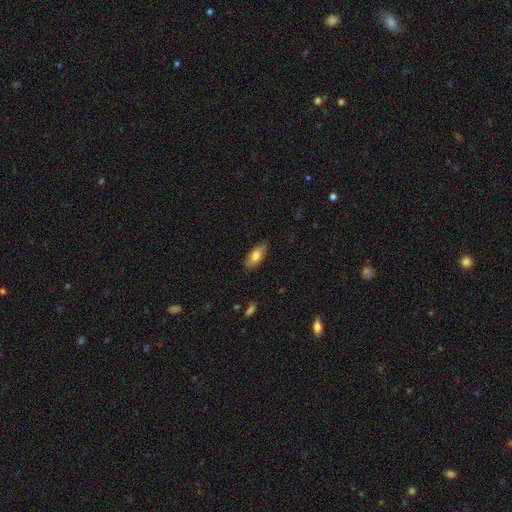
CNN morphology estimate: The model was most divided on "smooth or featured": smooth: 79%, featured or disk: 15%, star or artifact: 6%. More confident: how rounded — in between (86%); merging — none (85%).